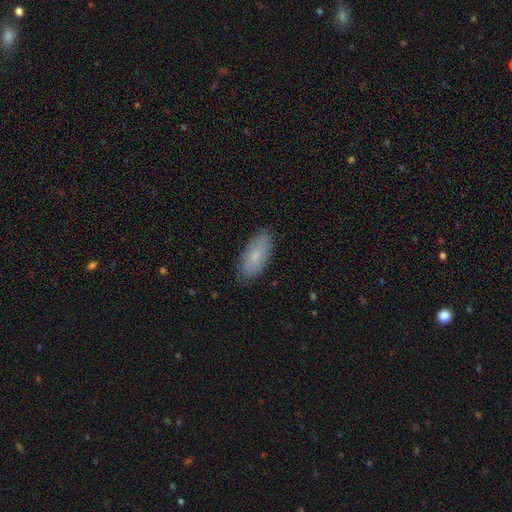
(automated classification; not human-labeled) smooth_or_featured: smooth (p=0.74) [alt: featured or disk p=0.20]
how_rounded: in between (p=0.87) [alt: cigar-shaped p=0.11]
merging: none (p=0.84) [alt: minor disturbance p=0.13]